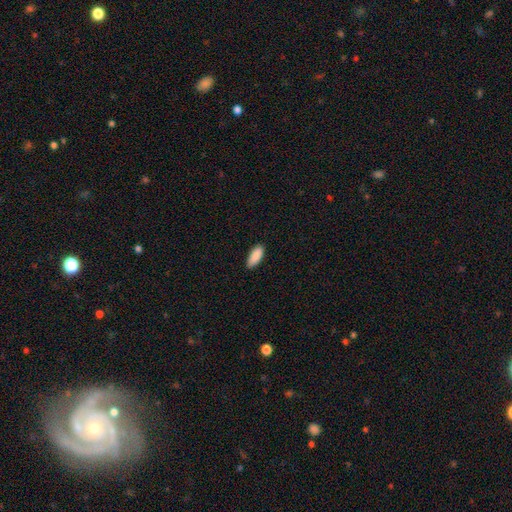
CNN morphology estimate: Overall: smooth (90%). How rounded: in between (82%). Merging: none (87%).